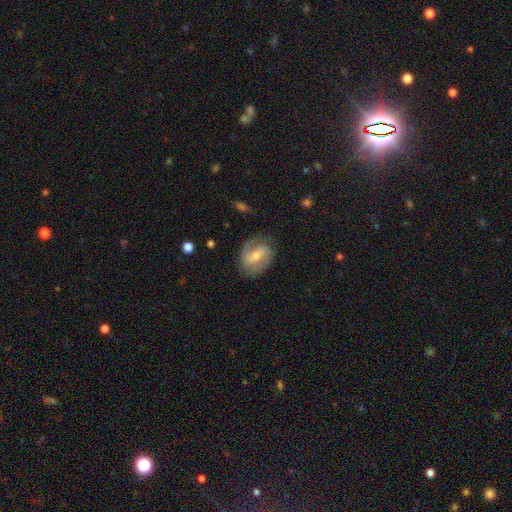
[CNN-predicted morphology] featured or disk 74%, smooth 19%, star or artifact 7%. Down the decision tree: edge-on disk — no (96%); bar — weak (44%); spiral arms — yes (89%); spiral arm count — 2 (76%); spiral winding — medium (44%); bulge size — small (50%); merging — none (73%).